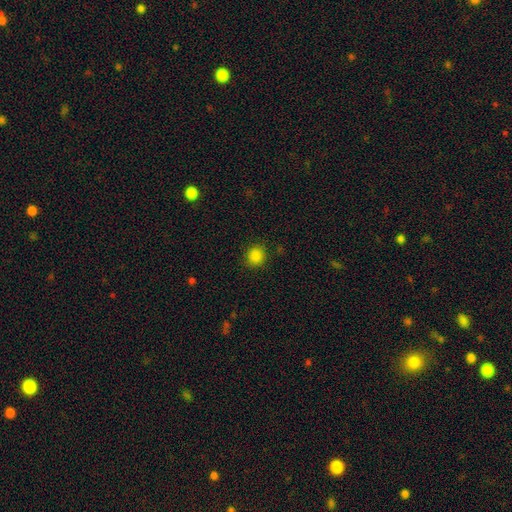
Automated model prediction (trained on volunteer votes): Morphology: type=smooth (85%); roundness=round (86%); merging=none (88%).